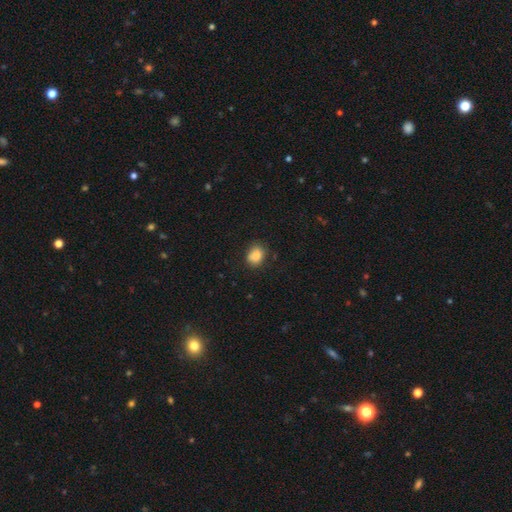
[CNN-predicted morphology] A smooth galaxy with no disk features (85%) that is in between round and cigar-shaped (56%).

Vote fractions:
- Smooth or featured? smooth: 85% / star or artifact: 9% / featured or disk: 6%
- How rounded? in between: 56% / round: 43% / cigar-shaped: 1%
- Merging? none: 74% / minor disturbance: 19% / major disturbance: 4% / merger: 2%